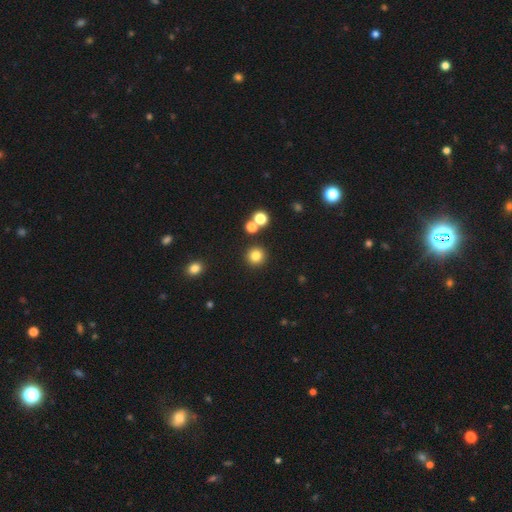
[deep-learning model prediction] smooth-or-featured: smooth: 81% | star or artifact: 13% | featured or disk: 6%
  how-rounded: round: 94% | in between: 5% | cigar-shaped: 1%
  merging: none: 88% | minor disturbance: 5% | merger: 4% | major disturbance: 2%